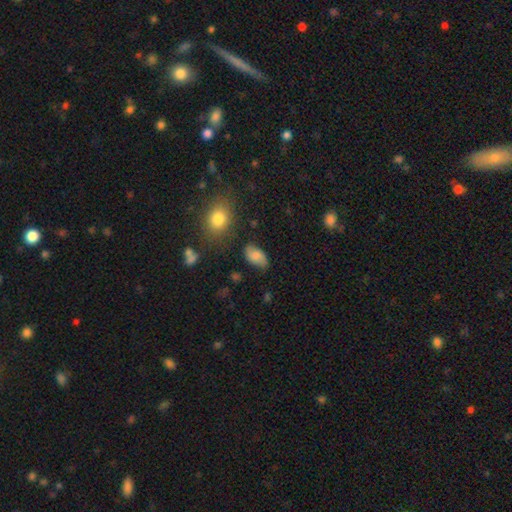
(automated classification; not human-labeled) Overall: smooth (76%). How rounded: in between (92%). Merging: none (72%).